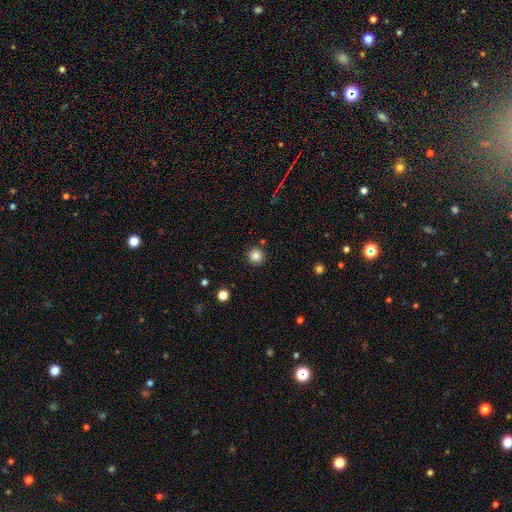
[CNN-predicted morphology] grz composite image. It shows a smooth galaxy with no disk features (84%) that is round (96%). Merging: none (90%).